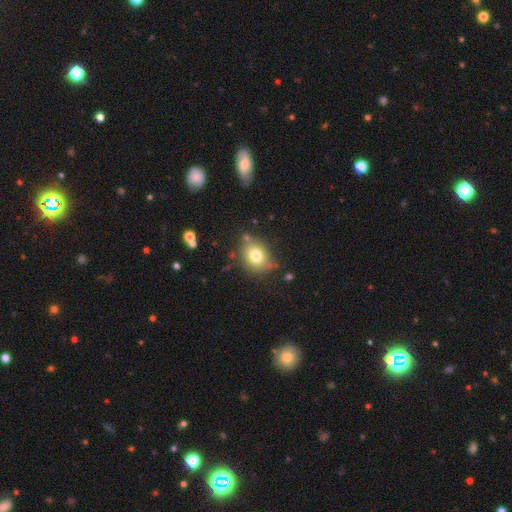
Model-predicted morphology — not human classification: A smooth galaxy with no disk features (75%) that is round (63%). Merging: none (74%).